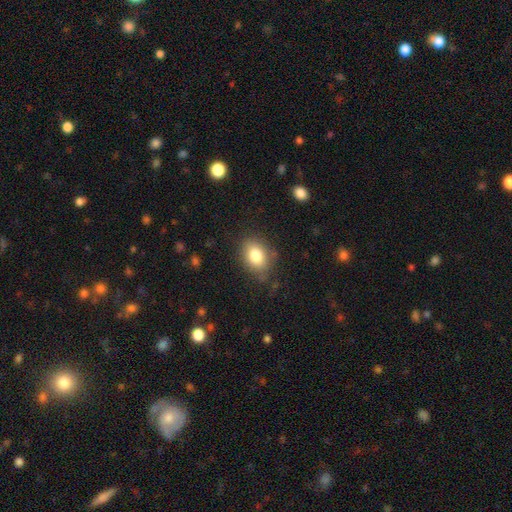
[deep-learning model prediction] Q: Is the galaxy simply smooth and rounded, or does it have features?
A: smooth — 81%.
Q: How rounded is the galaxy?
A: in between — 68%.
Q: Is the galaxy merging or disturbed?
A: none — 79%.